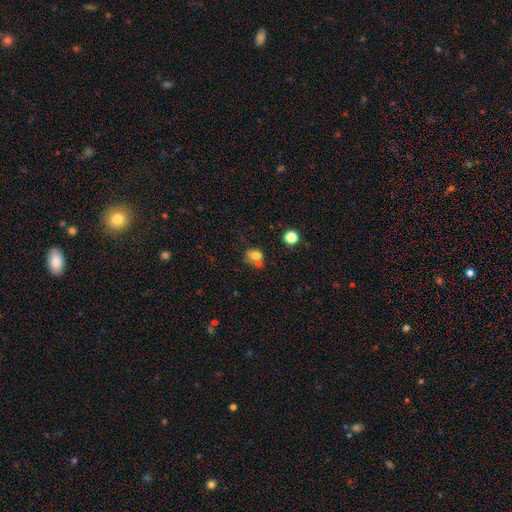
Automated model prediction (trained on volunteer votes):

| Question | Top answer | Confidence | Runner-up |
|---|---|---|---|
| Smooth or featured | smooth | 71% | featured or disk (14%) |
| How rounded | round | 53% | in between (46%) |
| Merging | none | 40% | merger (27%) |